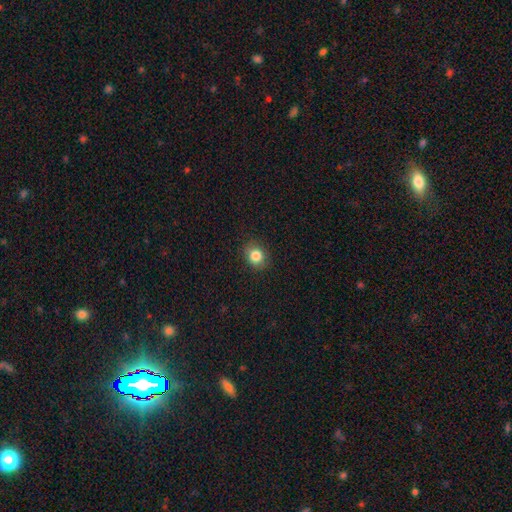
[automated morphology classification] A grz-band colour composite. It shows a smooth galaxy with no disk features (84%) that is round (69%). Merging: none (86%).